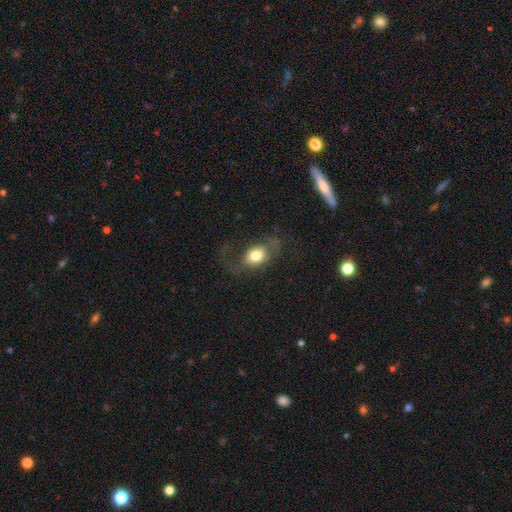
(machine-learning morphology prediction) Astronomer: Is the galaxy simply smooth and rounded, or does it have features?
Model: smooth — 65%.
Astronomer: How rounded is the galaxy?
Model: in between — 67%.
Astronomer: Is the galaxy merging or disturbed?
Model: none — 42% (runner-up: major disturbance, 35%).